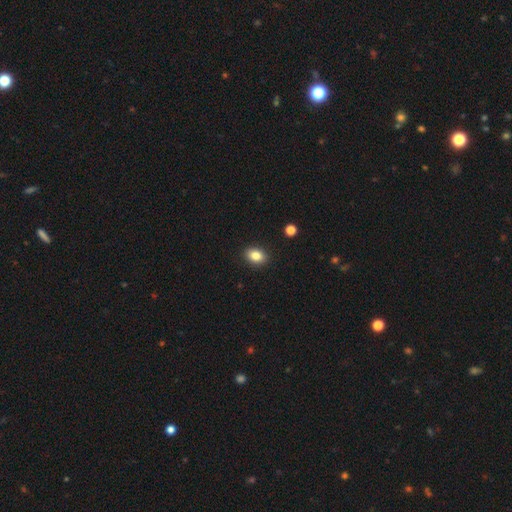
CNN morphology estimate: A smooth galaxy with no disk features (83%) that is in between round and cigar-shaped (76%). Merging: none (90%).